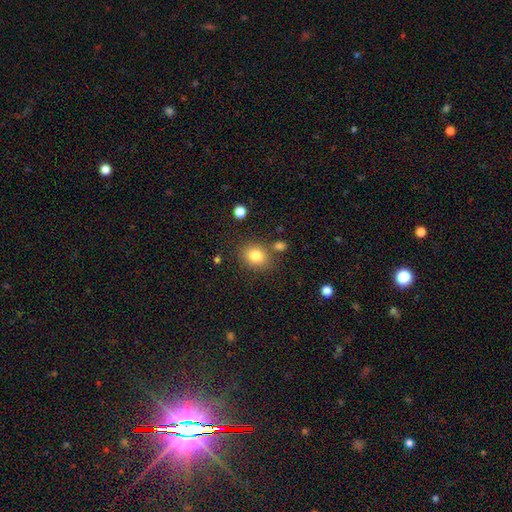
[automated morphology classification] Smooth or featured?
  - smooth: 81% *
  - star or artifact: 11%
  - featured or disk: 8%
How rounded?
  - round: 55% *
  - in between: 44%
  - cigar-shaped: 1%
Merging?
  - none: 76% *
  - minor disturbance: 12%
  - merger: 8%
  - major disturbance: 4%